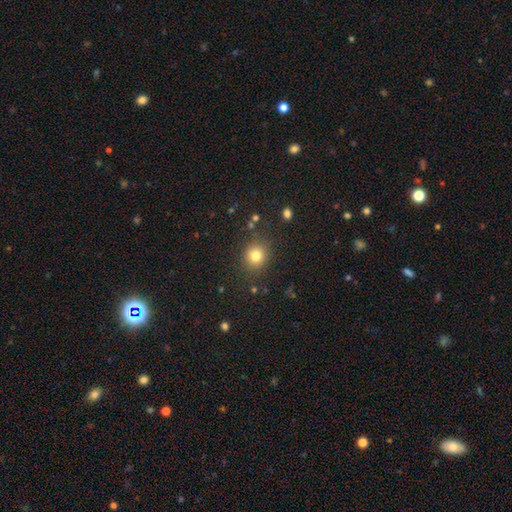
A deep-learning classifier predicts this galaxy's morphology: A smooth galaxy with no disk features (80%) that is round (84%). Merging: none (84%).